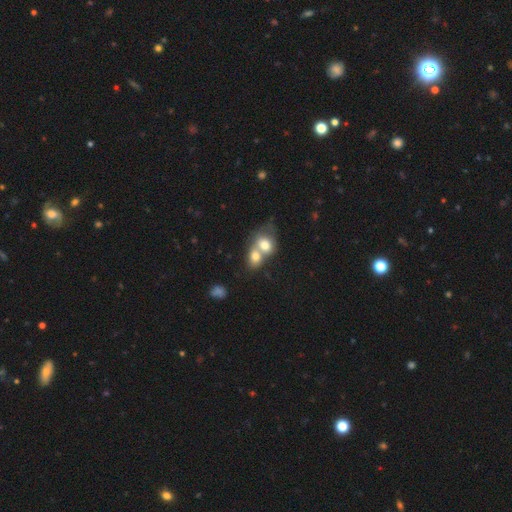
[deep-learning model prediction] A smooth galaxy with no disk features (66%) that is round (56%). Merging: merger (73%).